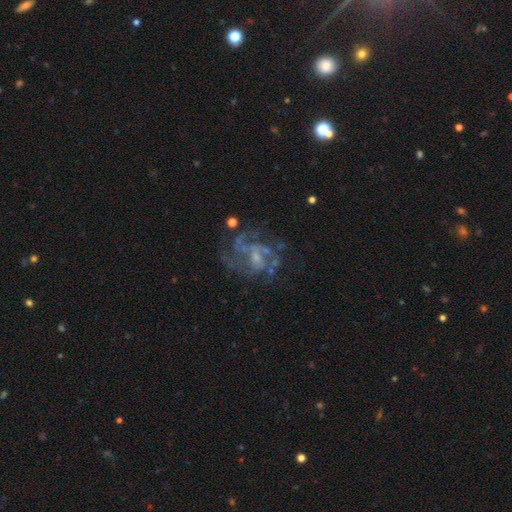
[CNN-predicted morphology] featured or disk 81%, star or artifact 11%, smooth 8%. Down the decision tree: edge-on disk — no (98%); bar — no (54%); spiral arms — yes (84%); spiral arm count — can't tell (29%); spiral winding — medium (49%); bulge size — small (51%); merging — none (57%).